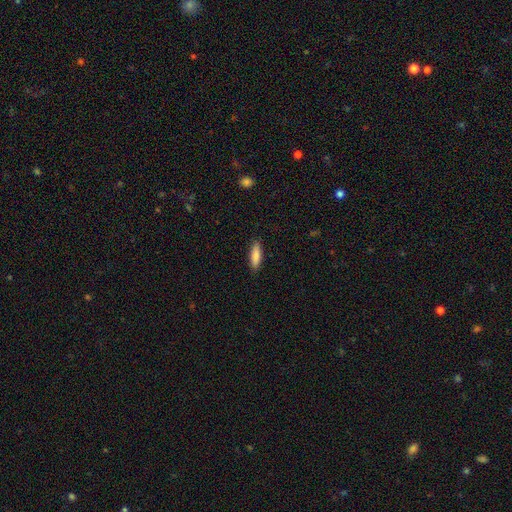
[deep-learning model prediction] Smooth or featured? Predicted: smooth (p=0.86). How rounded? Predicted: cigar-shaped (p=0.54). Merging? Predicted: none (p=0.89).